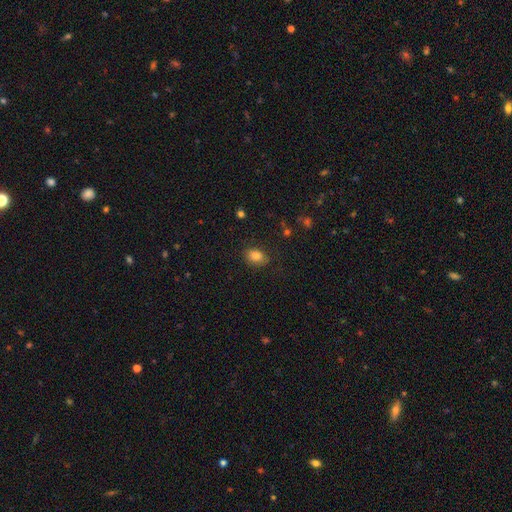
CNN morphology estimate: This appears to be a smooth galaxy with no disk features (82%) that is in between round and cigar-shaped (70%). Merging: none (80%).